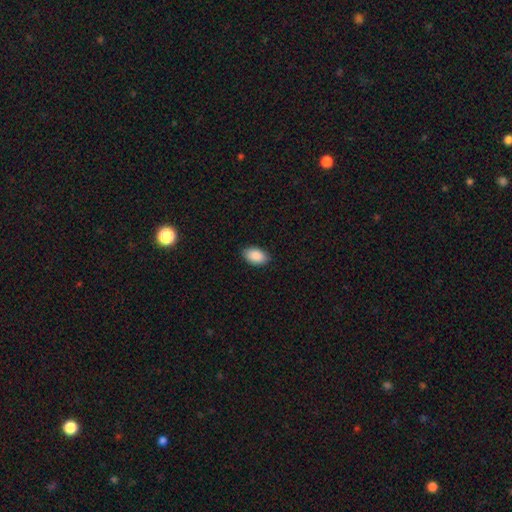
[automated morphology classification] smooth_or_featured: smooth (p=0.89) [alt: star or artifact p=0.07]
how_rounded: in between (p=0.93) [alt: round p=0.06]
merging: none (p=0.87) [alt: minor disturbance p=0.10]